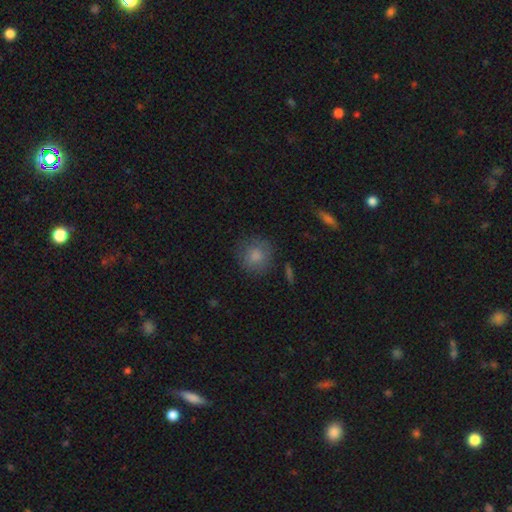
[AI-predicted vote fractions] smooth 81%, featured or disk 10%, star or artifact 9%. Down the decision tree: how rounded — round (89%); merging — none (78%).